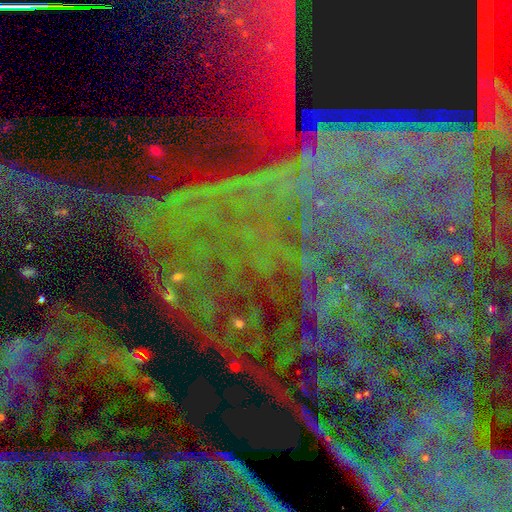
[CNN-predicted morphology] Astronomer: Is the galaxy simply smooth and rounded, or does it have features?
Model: star or artifact — 84%.